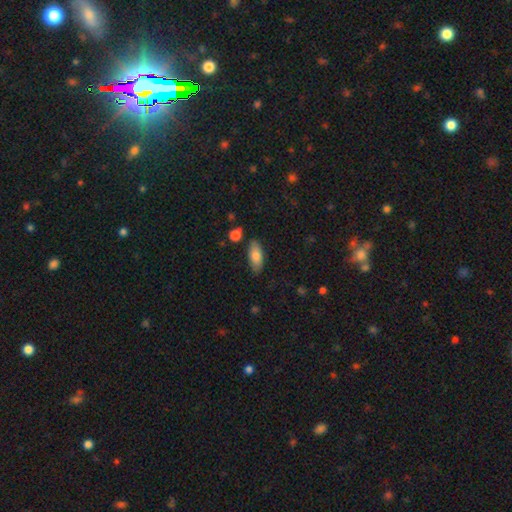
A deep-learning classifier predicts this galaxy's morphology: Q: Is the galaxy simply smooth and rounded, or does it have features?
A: smooth — 78%.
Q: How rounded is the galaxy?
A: in between — 87%.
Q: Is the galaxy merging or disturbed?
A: none — 80%.